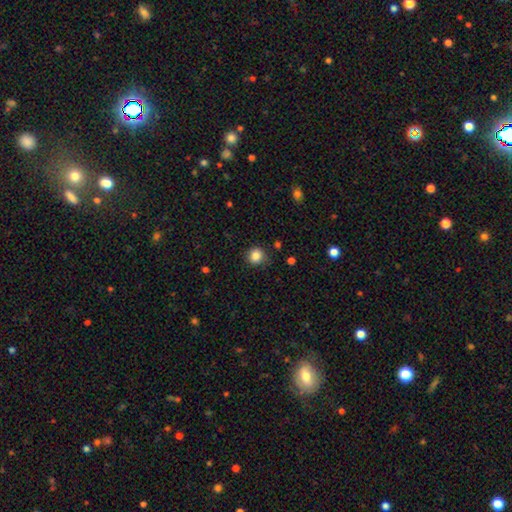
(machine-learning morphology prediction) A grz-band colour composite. It shows a smooth galaxy with no disk features (85%) that is round (88%). Merging: none (83%).